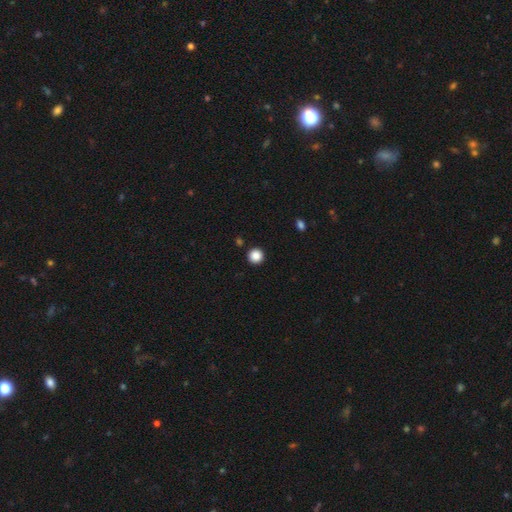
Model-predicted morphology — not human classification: smooth-or-featured: smooth: 87% | star or artifact: 10% | featured or disk: 3%
  how-rounded: round: 96% | in between: 4% | cigar-shaped: 1%
  merging: none: 92% | minor disturbance: 5% | major disturbance: 2% | merger: 2%